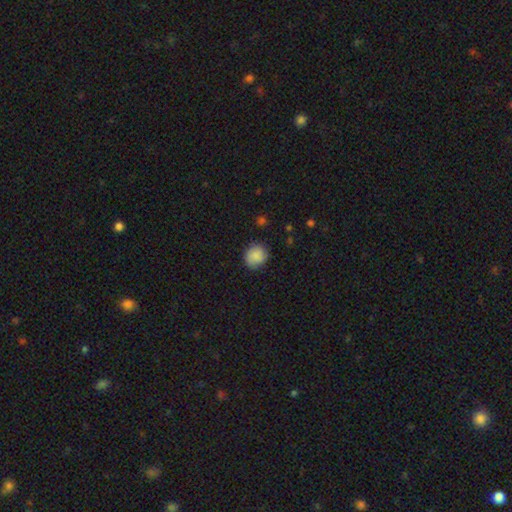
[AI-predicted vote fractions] A smooth galaxy with no disk features (86%) that is round (83%).

Vote fractions:
- Smooth or featured? smooth: 86% / star or artifact: 8% / featured or disk: 6%
- How rounded? round: 83% / in between: 16% / cigar-shaped: 1%
- Merging? none: 79% / minor disturbance: 16% / major disturbance: 3% / merger: 1%